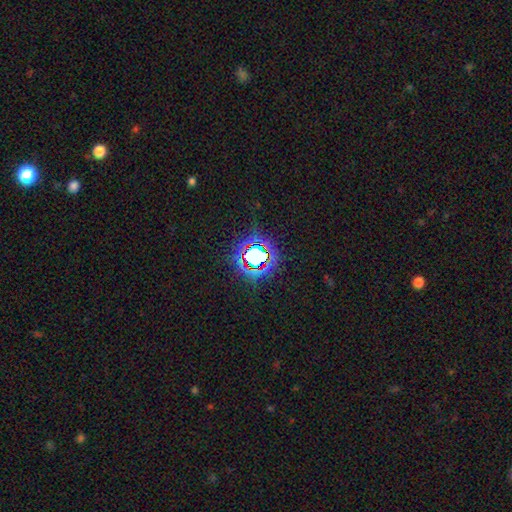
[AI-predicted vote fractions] Smooth or featured? star or artifact (70%)